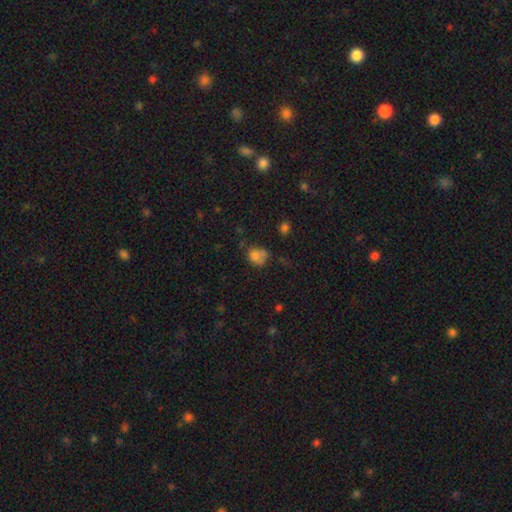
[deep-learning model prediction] The model was most divided on "merging": none: 38%, minor disturbance: 26%, merger: 20%, major disturbance: 16%. More confident: smooth or featured — smooth (73%); how rounded — round (58%).